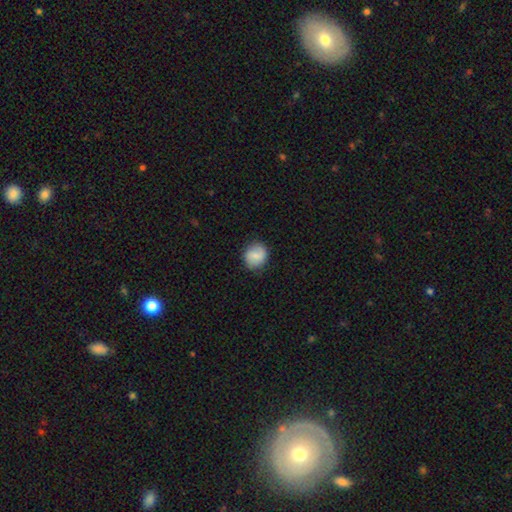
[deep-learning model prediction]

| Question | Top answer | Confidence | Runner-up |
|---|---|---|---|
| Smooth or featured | smooth | 73% | featured or disk (20%) |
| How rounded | round | 83% | in between (16%) |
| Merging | none | 84% | minor disturbance (12%) |